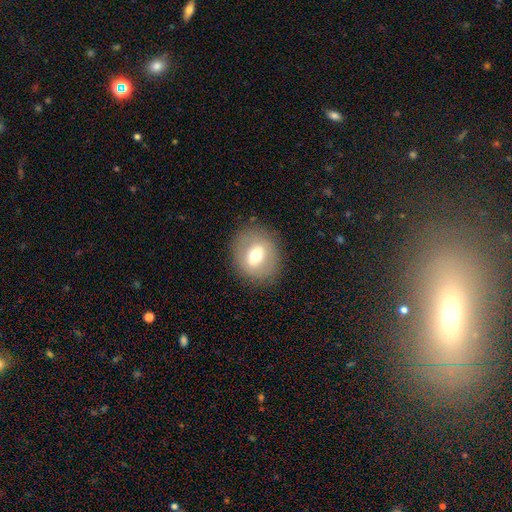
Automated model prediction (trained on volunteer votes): Smooth or featured?
  - smooth: 55% *
  - featured or disk: 36%
  - star or artifact: 9%
How rounded?
  - round: 68% *
  - in between: 31%
  - cigar-shaped: 1%
Merging?
  - none: 84% *
  - minor disturbance: 10%
  - major disturbance: 5%
  - merger: 1%